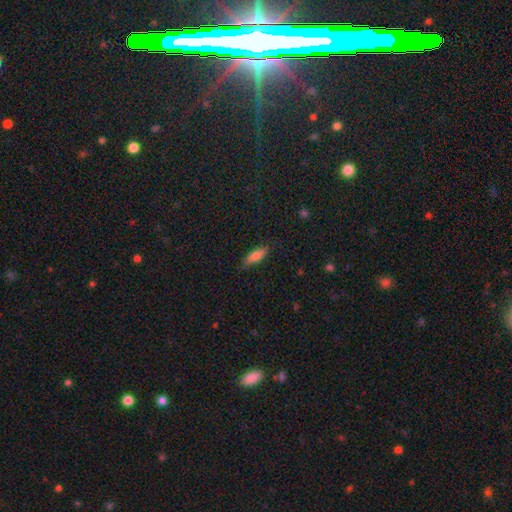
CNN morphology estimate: Overall: smooth (78%). How rounded: in between (61%; cigar-shaped 37%). Merging: none (81%).